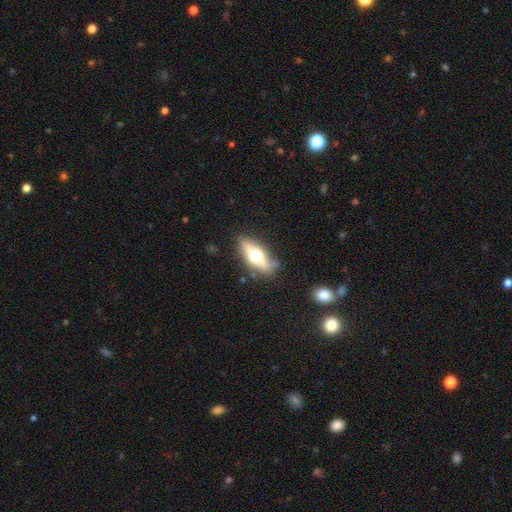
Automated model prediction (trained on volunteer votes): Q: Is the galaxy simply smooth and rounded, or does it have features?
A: smooth — 48%.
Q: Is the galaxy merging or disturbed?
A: none — 80%.